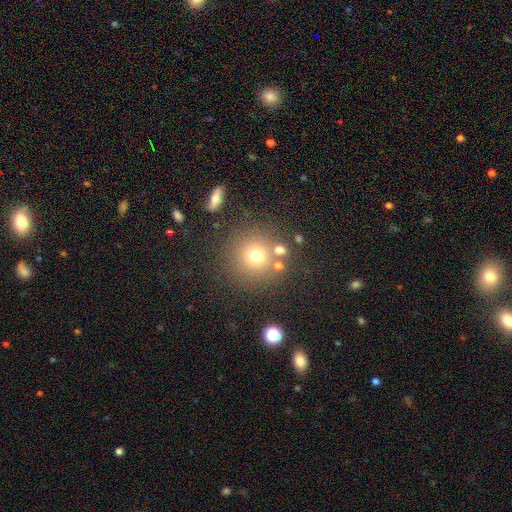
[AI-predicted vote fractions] smooth_or_featured: smooth (p=0.70) [alt: star or artifact p=0.18]
how_rounded: round (p=0.93) [alt: in between p=0.06]
merging: none (p=0.77) [alt: minor disturbance p=0.09]